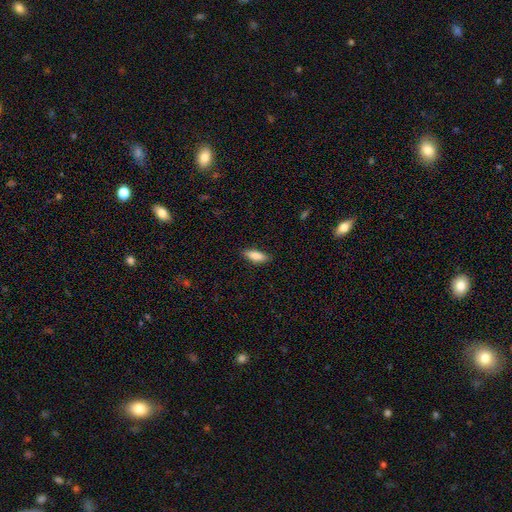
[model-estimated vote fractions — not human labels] Smooth or featured? smooth (84%)
How rounded? in between (65%)
Merging? none (85%)